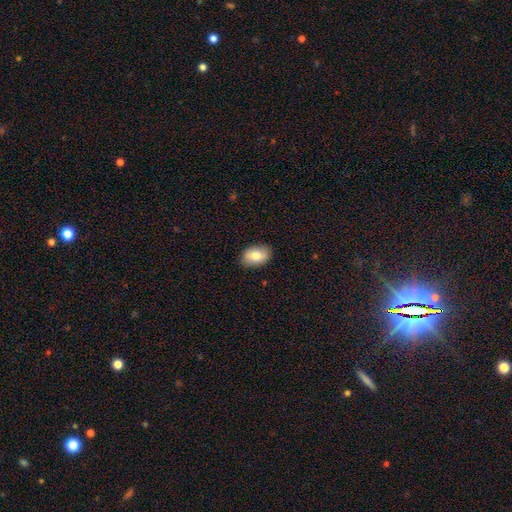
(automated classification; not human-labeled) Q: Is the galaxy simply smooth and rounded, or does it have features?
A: smooth — 78%.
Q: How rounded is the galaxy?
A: in between — 87%.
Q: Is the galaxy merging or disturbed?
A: none — 87%.